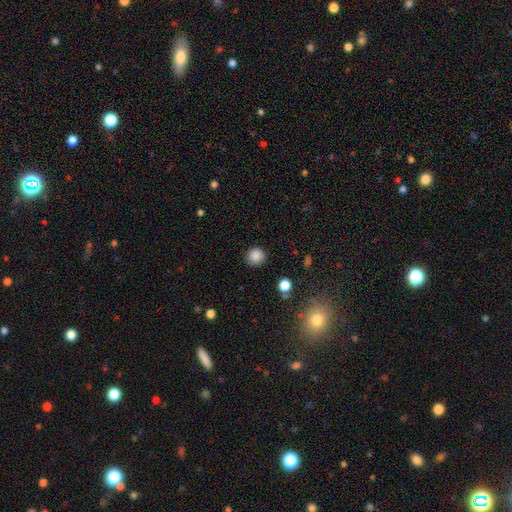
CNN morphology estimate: smooth_or_featured: smooth (p=0.86) [alt: star or artifact p=0.10]
how_rounded: round (p=0.89) [alt: in between p=0.10]
merging: none (p=0.88) [alt: minor disturbance p=0.08]